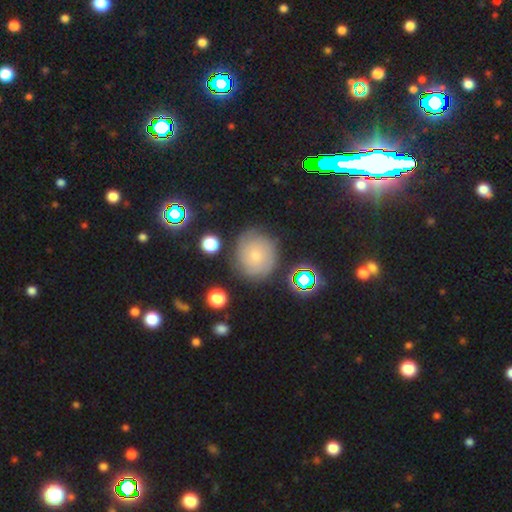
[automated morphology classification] smooth 46%, featured or disk 38%, star or artifact 16%. Down the decision tree: merging — none (78%).